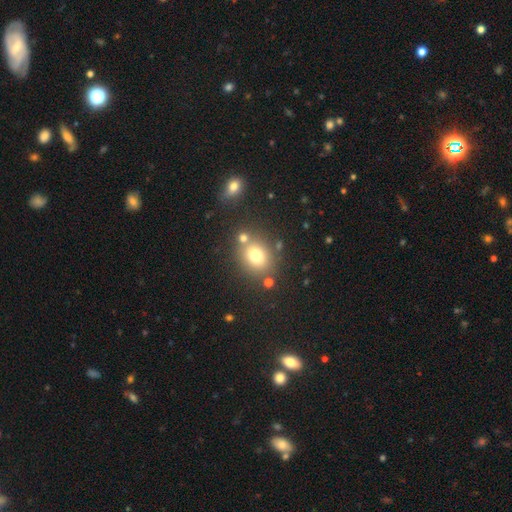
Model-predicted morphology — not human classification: A smooth galaxy with no disk features (74%) that is round (58%). Merging: none (70%).